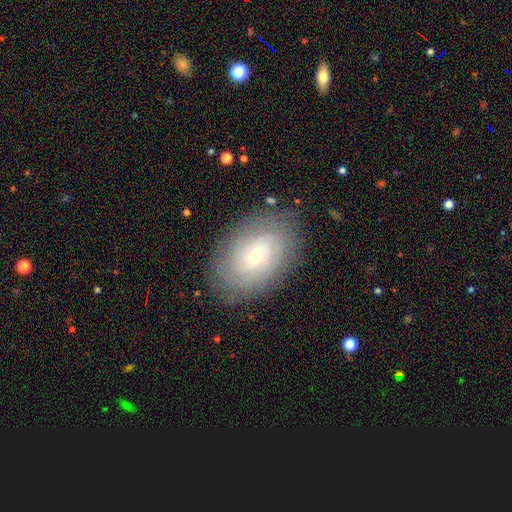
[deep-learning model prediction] smooth-or-featured: featured or disk: 63% | smooth: 28% | star or artifact: 9%
  disk-edge-on: no: 95% | yes: 5%
    bar: no: 51% | weak: 41% | strong: 8%
    has-spiral-arms: yes: 82% | no: 18%
    bulge-size: small: 74% | moderate: 22% | large: 2% | none: 1% | dominant: 1%
  merging: none: 82% | minor disturbance: 13% | major disturbance: 4% | merger: 1%